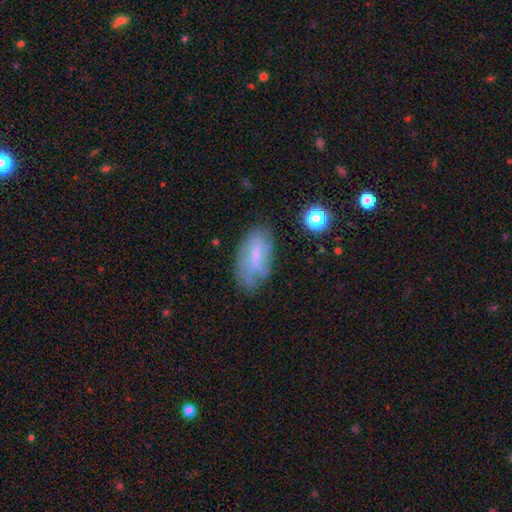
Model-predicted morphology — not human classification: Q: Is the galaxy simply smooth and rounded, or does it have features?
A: smooth — 46%.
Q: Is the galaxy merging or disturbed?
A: none — 59%.